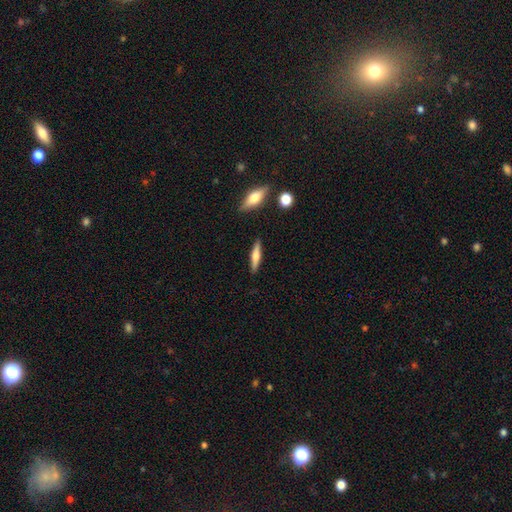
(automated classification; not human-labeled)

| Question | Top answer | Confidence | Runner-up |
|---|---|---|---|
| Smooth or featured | smooth | 52% | featured or disk (42%) |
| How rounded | cigar-shaped | 81% | in between (17%) |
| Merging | none | 88% | minor disturbance (8%) |